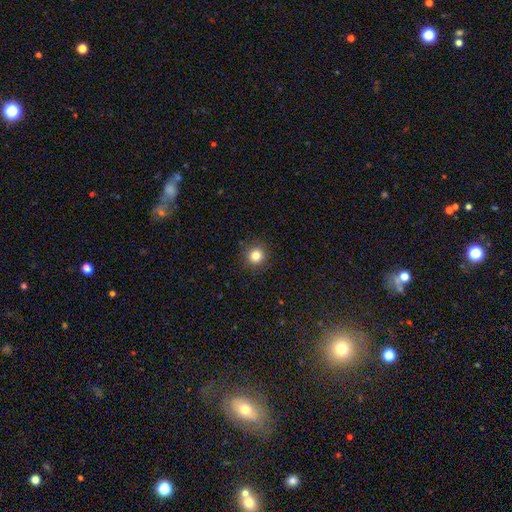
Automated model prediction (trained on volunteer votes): A smooth galaxy with no disk features (81%) that is round (94%). Merging: none (91%).